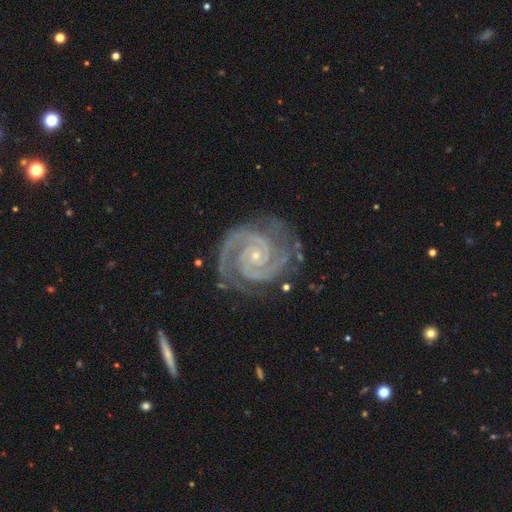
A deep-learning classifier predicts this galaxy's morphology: Smooth or featured? Predicted: featured or disk (p=0.93). Edge-on disk? Predicted: no (p=0.98). Bar? Predicted: no (p=0.68). Spiral arms? Predicted: yes (p=0.99). Spiral winding? Predicted: tight (p=0.72). Spiral arm count? Predicted: 2 (p=0.85). Bulge size? Predicted: small (p=0.83). Merging? Predicted: none (p=0.77).